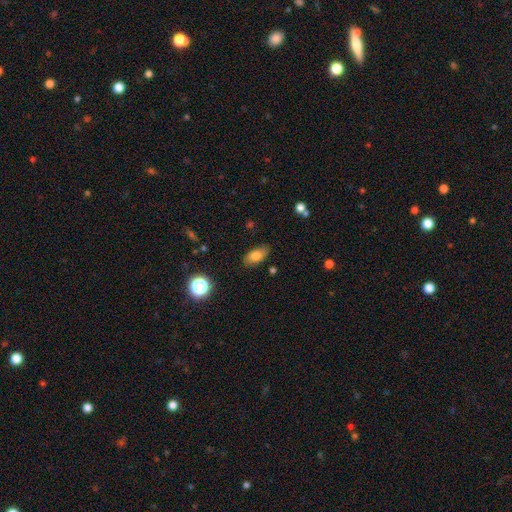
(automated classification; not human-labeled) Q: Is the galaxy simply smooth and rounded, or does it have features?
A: smooth — 77%.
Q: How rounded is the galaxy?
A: in between — 88%.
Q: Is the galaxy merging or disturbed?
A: none — 84%.